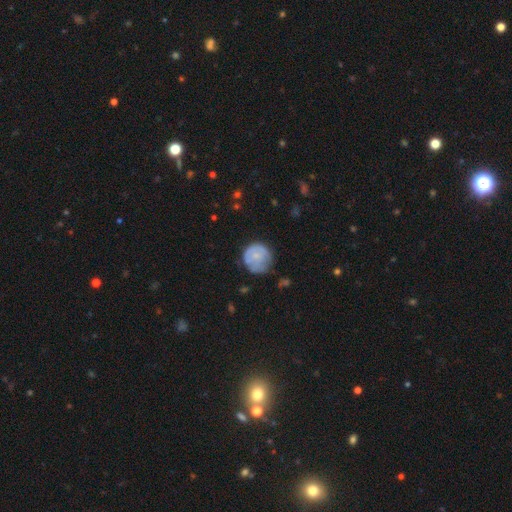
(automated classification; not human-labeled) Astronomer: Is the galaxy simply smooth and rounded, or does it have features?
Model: smooth — 66%.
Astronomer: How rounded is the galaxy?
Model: round — 90%.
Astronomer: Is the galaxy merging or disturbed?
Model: none — 57%.